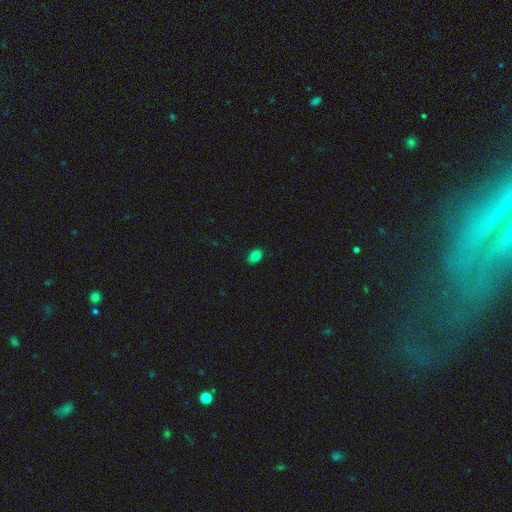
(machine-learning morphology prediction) type=smooth (82%); roundness=in between (75%); merging=none (85%).